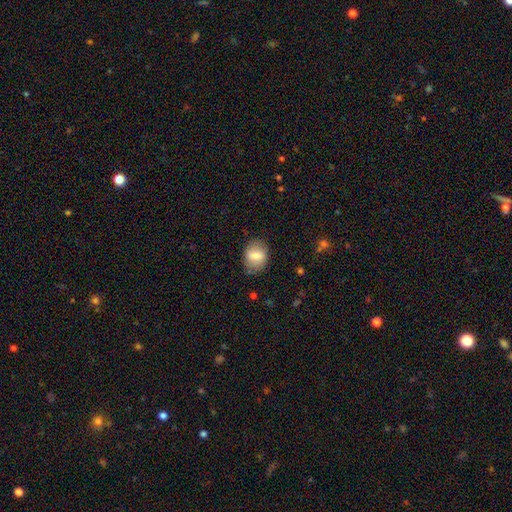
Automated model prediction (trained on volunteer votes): This appears to be a smooth galaxy with no disk features (69%) that is in between round and cigar-shaped (55%). Merging: none (78%).